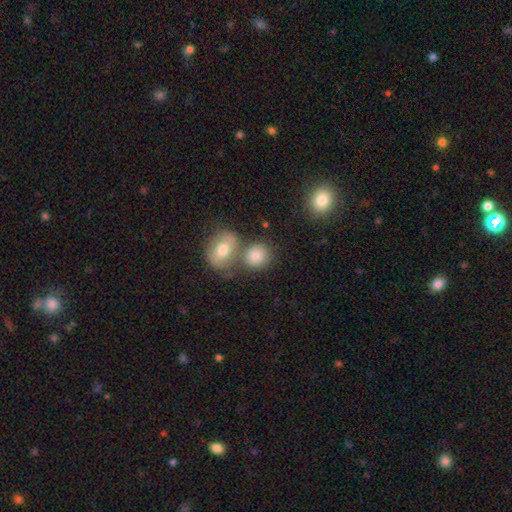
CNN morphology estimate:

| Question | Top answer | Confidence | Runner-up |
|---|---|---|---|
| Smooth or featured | smooth | 80% | featured or disk (11%) |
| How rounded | round | 68% | in between (31%) |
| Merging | none | 54% | merger (31%) |